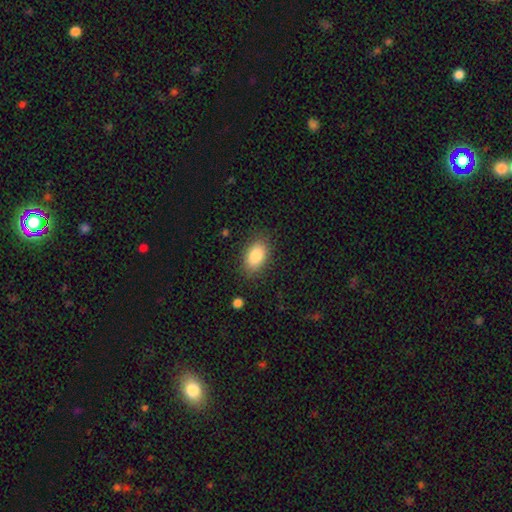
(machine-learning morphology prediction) This appears to be a smooth galaxy with no disk features (86%) that is in between round and cigar-shaped (90%). Merging: none (84%).